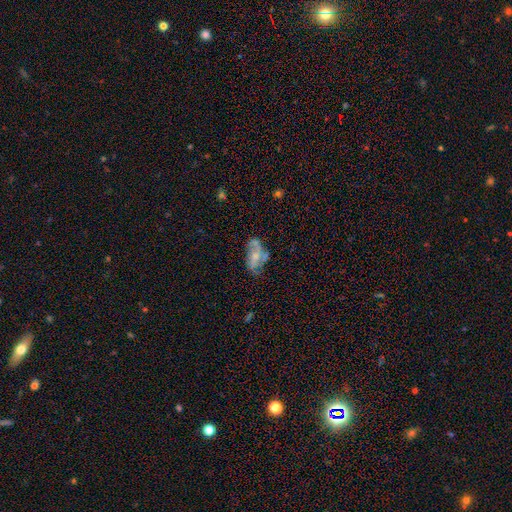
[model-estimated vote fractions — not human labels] A featured or disk galaxy (63%) with no bar (63%), spiral arms (72%) and a small central bulge (46%).

Vote fractions:
- Smooth or featured? featured or disk: 63% / smooth: 29% / star or artifact: 9%
- Edge-on disk? no: 95% / yes: 5%
- Bar? no: 63% / weak: 30% / strong: 7%
- Spiral arms? yes: 72% / no: 28%
- Bulge size? small: 46% / moderate: 37% / none: 12% / large: 4% / dominant: 1%
- Merging? none: 51% / minor disturbance: 25% / major disturbance: 18% / merger: 7%